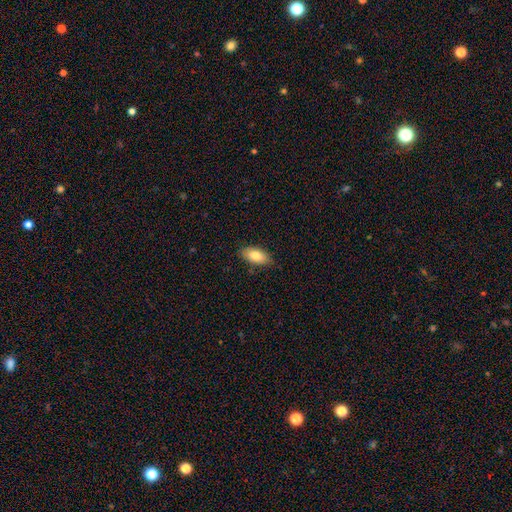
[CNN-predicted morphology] This appears to be a smooth galaxy with no disk features (81%) that is in between round and cigar-shaped (90%). Merging: none (83%).